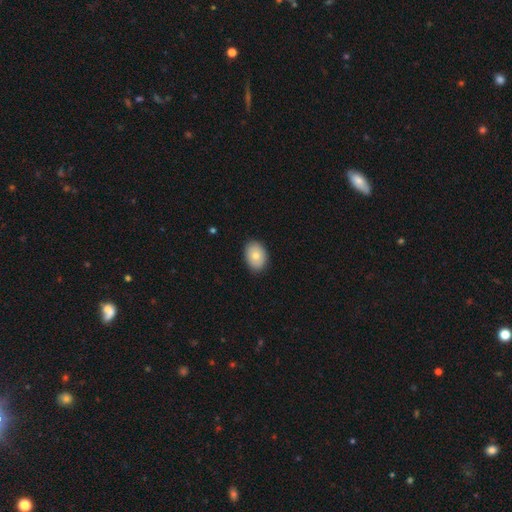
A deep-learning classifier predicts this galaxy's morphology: The model was most divided on "how rounded": in between: 78%, round: 21%, cigar-shaped: 1%. More confident: merging — none (88%); smooth or featured — smooth (75%).